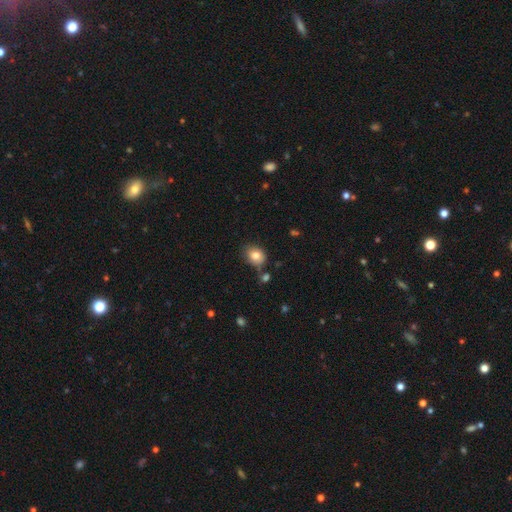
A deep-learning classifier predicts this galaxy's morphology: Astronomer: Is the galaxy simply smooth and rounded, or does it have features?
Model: smooth — 81%.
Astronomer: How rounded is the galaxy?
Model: in between — 50% (runner-up: round, 49%).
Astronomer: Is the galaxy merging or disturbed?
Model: none — 70%.